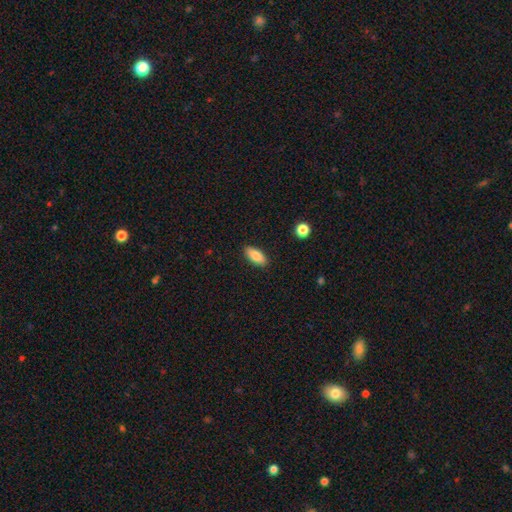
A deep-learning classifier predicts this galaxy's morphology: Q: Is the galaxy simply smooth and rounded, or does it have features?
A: smooth — 85%.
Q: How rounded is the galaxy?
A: in between — 86%.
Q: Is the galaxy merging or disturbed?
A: none — 89%.